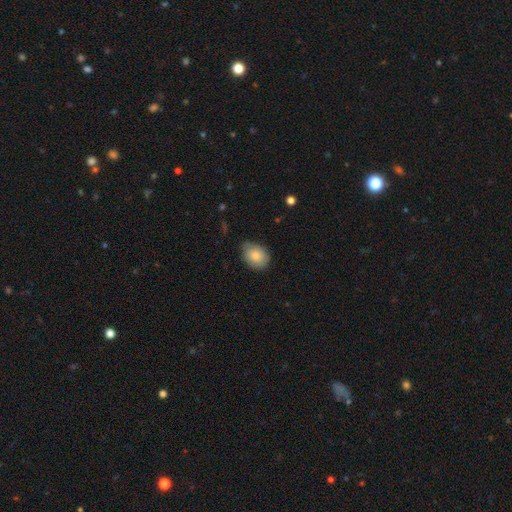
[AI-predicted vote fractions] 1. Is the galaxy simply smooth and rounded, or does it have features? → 77% smooth, 16% featured or disk, 7% star or artifact.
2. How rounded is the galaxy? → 68% in between, 31% round, 1% cigar-shaped.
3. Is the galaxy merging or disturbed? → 69% none, 25% minor disturbance, 5% major disturbance, 1% merger.